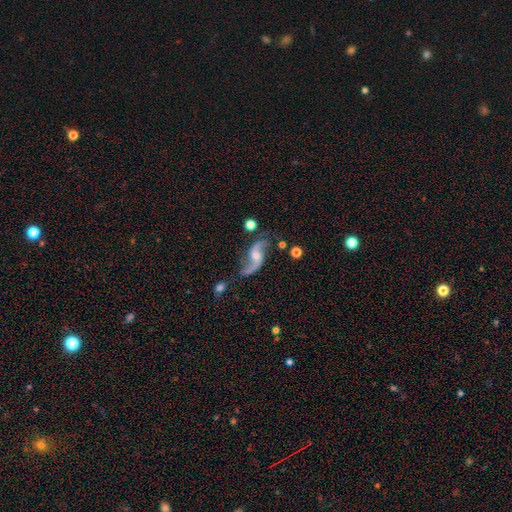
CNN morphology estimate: Overall: featured or disk (89%). Edge-on disk: no (96%). Bar: no (54%; weak 37%). Spiral arms: yes (96%). Spiral arm count: 2 (93%). Spiral winding: loose (86%). Bulge size: moderate (43%; small 38%). Merging: none (69%).